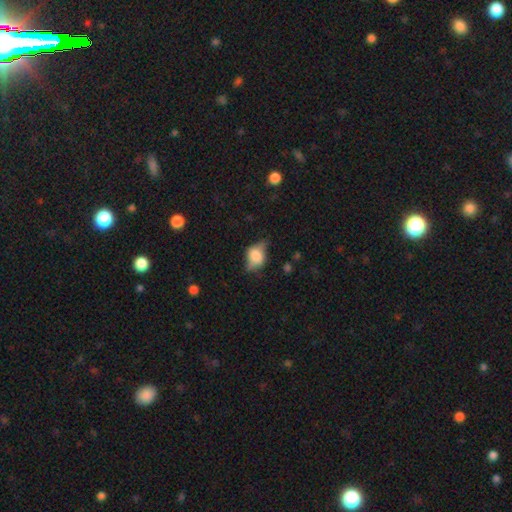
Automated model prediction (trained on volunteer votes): smooth_or_featured: smooth (p=0.58) [alt: featured or disk p=0.32]
how_rounded: in between (p=0.62) [alt: round p=0.35]
merging: none (p=0.52) [alt: minor disturbance p=0.31]